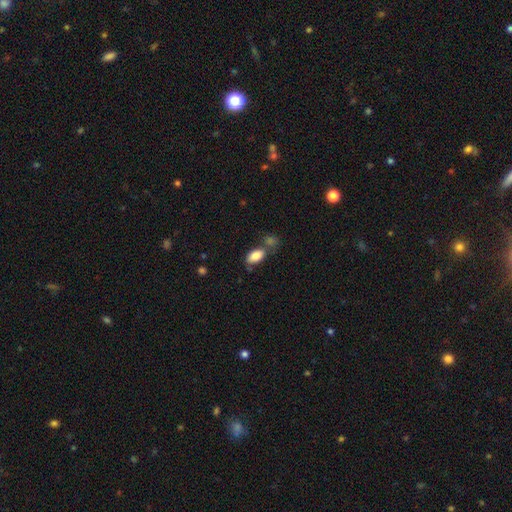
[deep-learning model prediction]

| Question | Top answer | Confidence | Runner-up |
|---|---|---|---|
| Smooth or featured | smooth | 85% | star or artifact (8%) |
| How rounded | in between | 92% | round (4%) |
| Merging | none | 56% | merger (23%) |